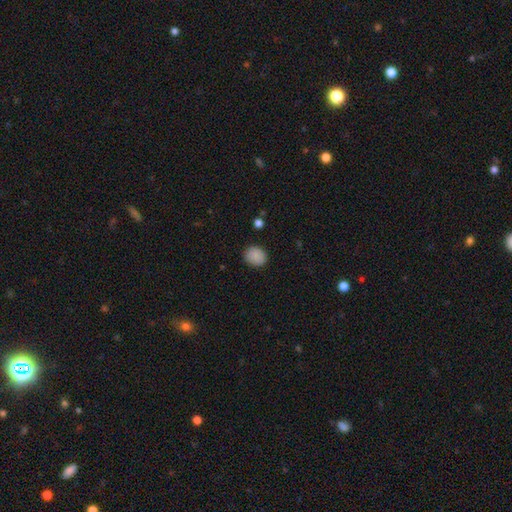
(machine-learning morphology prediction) A smooth galaxy with no disk features (87%) that is round (69%). Merging: none (87%).